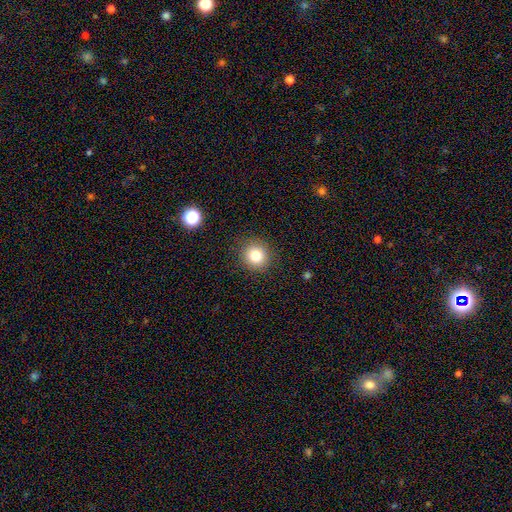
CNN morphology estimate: Smooth or featured? Predicted: smooth (p=0.81). How rounded? Predicted: round (p=0.90). Merging? Predicted: none (p=0.89).